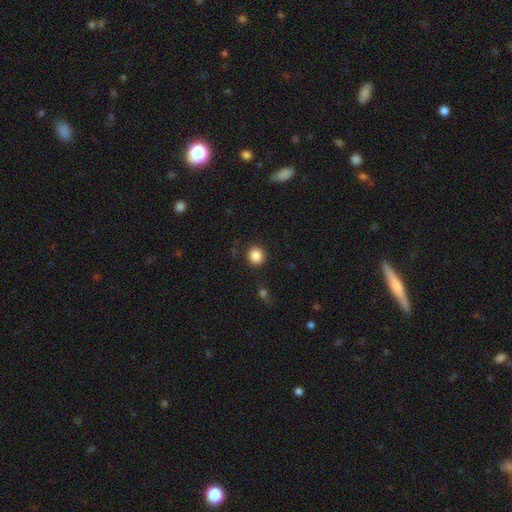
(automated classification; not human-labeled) smooth 86%, star or artifact 10%, featured or disk 4%. Down the decision tree: how rounded — round (90%); merging — none (88%).